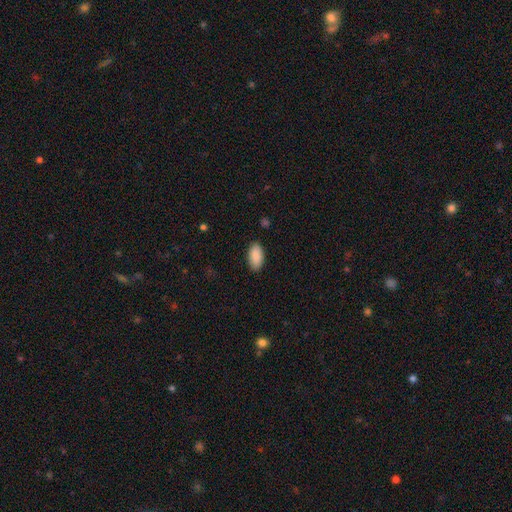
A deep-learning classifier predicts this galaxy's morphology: Q: Smooth or featured?
A: smooth (91%); runner-up: star or artifact (6%)
Q: How rounded?
A: in between (95%); runner-up: cigar-shaped (3%)
Q: Merging?
A: none (87%); runner-up: minor disturbance (10%)